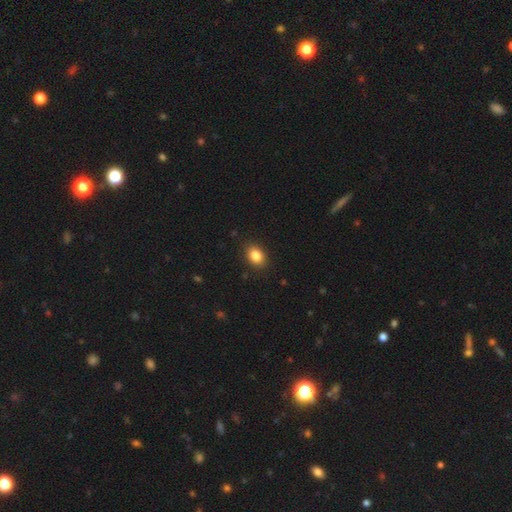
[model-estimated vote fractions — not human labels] Smooth or featured? Predicted: smooth (p=0.85). How rounded? Predicted: in between (p=0.73). Merging? Predicted: none (p=0.88).